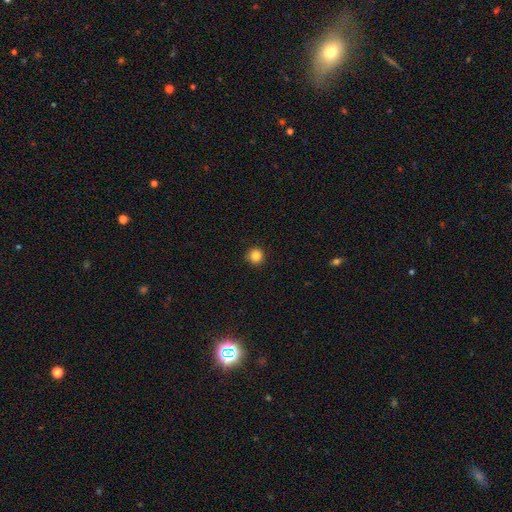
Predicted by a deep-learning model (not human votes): A smooth galaxy with no disk features (86%) that is round (95%). Merging: none (93%).